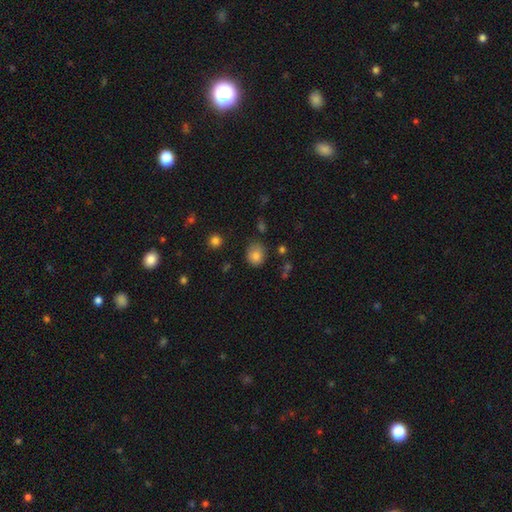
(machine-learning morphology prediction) smooth-or-featured: smooth: 80% | star or artifact: 11% | featured or disk: 8%
  how-rounded: round: 70% | in between: 29% | cigar-shaped: 1%
  merging: none: 73% | minor disturbance: 20% | major disturbance: 4% | merger: 3%